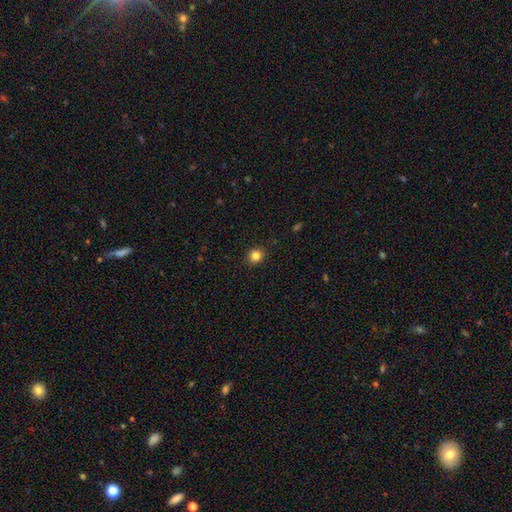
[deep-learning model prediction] The model was most divided on "smooth or featured": smooth: 83%, star or artifact: 12%, featured or disk: 5%. More confident: merging — none (91%); how rounded — round (87%).